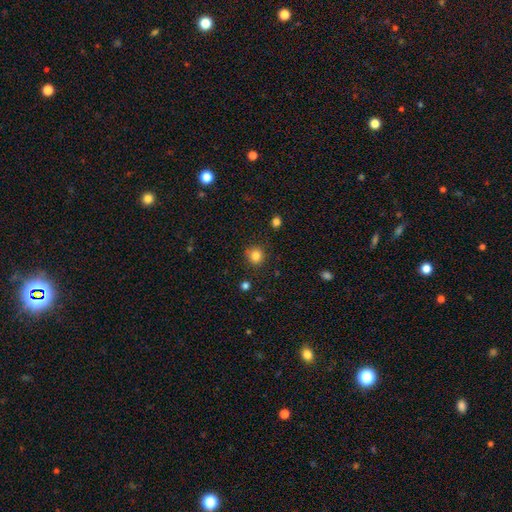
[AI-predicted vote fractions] smooth-or-featured: smooth: 84% | star or artifact: 12% | featured or disk: 5%
  how-rounded: round: 90% | in between: 9% | cigar-shaped: 1%
  merging: none: 87% | minor disturbance: 8% | major disturbance: 2% | merger: 2%